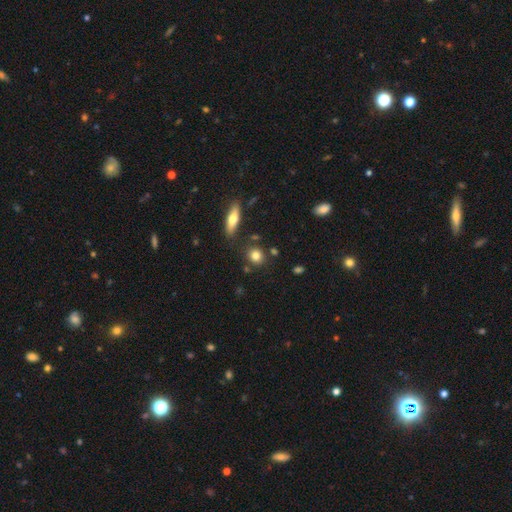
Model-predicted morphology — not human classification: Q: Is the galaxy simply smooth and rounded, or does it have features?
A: smooth — 80%.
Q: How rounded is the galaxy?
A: round — 80%.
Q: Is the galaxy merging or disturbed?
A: none — 80%.